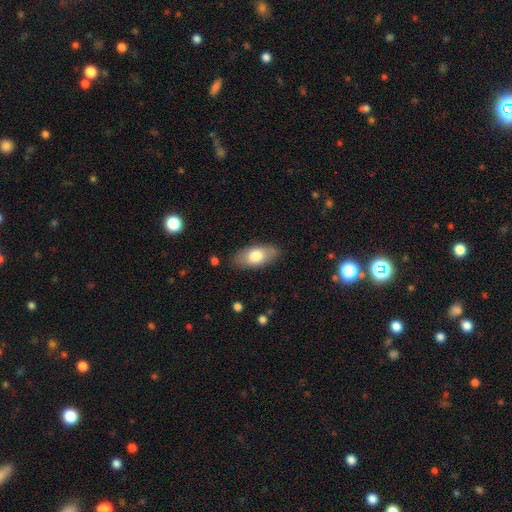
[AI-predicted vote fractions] smooth_or_featured: smooth (p=0.73) [alt: featured or disk p=0.21]
how_rounded: in between (p=0.89) [alt: cigar-shaped p=0.08]
merging: none (p=0.84) [alt: minor disturbance p=0.11]